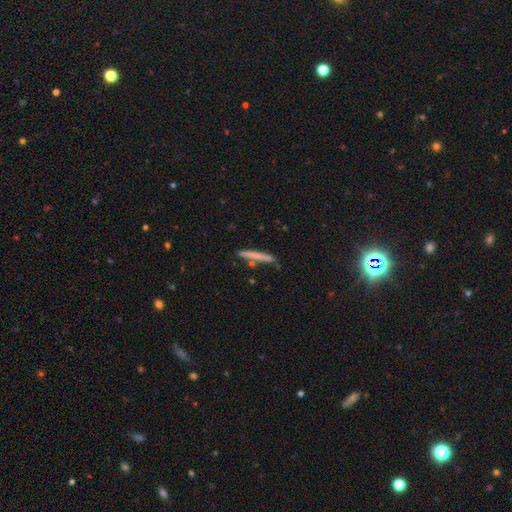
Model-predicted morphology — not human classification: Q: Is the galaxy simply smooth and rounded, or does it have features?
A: smooth — 64%.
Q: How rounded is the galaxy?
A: cigar-shaped — 96%.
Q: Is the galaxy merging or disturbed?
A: none — 80%.